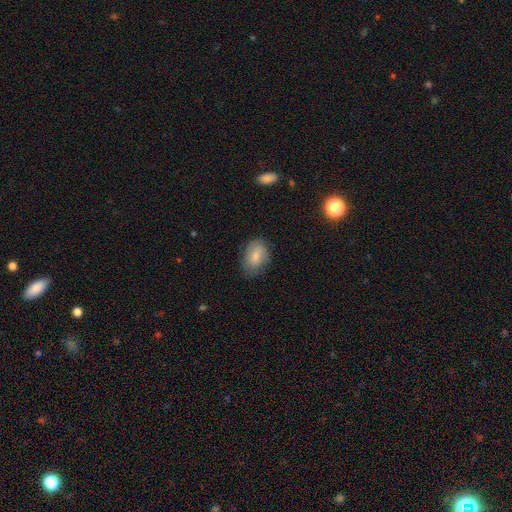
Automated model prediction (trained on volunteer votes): The model was most divided on "merging": none: 69%, minor disturbance: 23%, major disturbance: 6%, merger: 1%. More confident: how rounded — in between (81%); smooth or featured — smooth (75%).